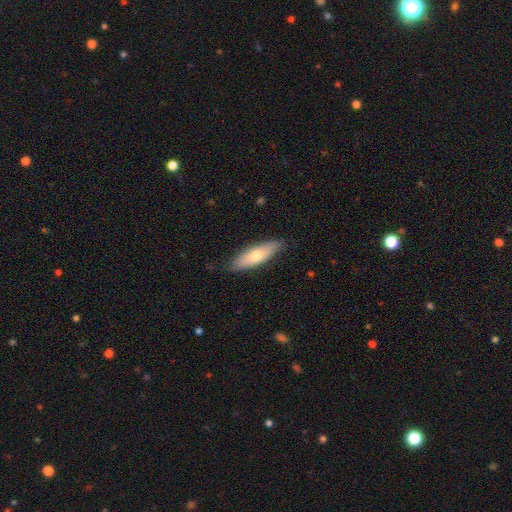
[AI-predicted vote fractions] smooth-or-featured: smooth: 64% | featured or disk: 31% | star or artifact: 6%
  how-rounded: cigar-shaped: 54% | in between: 44% | round: 2%
  merging: none: 84% | minor disturbance: 13% | major disturbance: 2% | merger: 1%